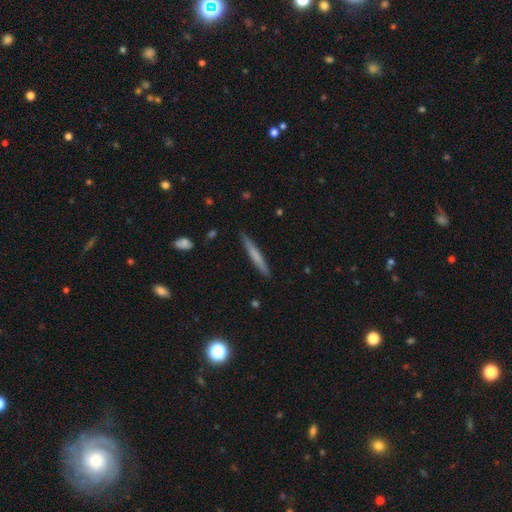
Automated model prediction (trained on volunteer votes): Smooth or featured: smooth — 63% (featured or disk — 31%)
How rounded: cigar-shaped — 96% (in between — 3%)
Merging: none — 90% (minor disturbance — 7%)